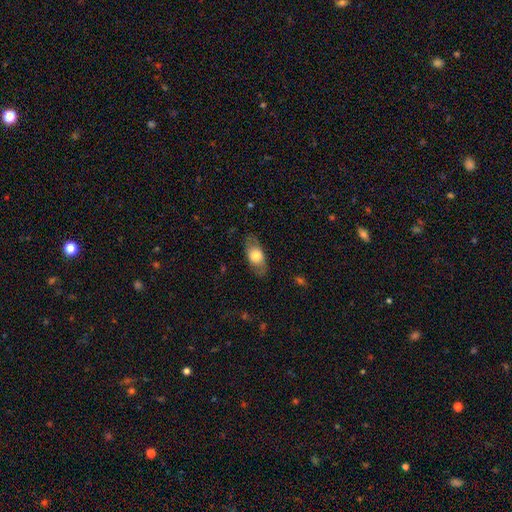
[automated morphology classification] Smooth or featured?
  - smooth: 63% *
  - featured or disk: 30%
  - star or artifact: 7%
How rounded?
  - in between: 85% *
  - round: 8%
  - cigar-shaped: 6%
Merging?
  - none: 77% *
  - minor disturbance: 16%
  - major disturbance: 6%
  - merger: 1%